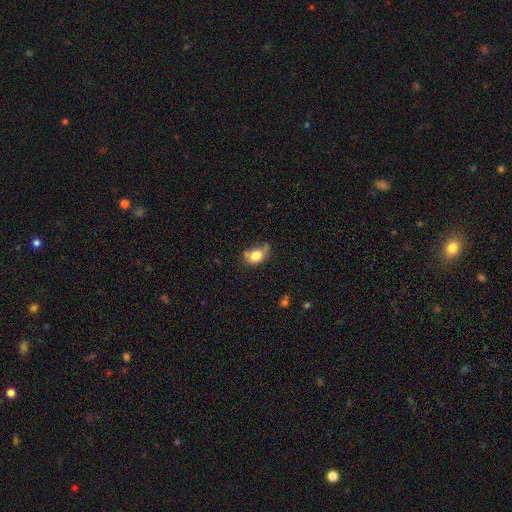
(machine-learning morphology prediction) The model was most divided on "merging": none: 40%, minor disturbance: 36%, major disturbance: 13%, merger: 10%. More confident: smooth or featured — smooth (78%); how rounded — in between (68%).